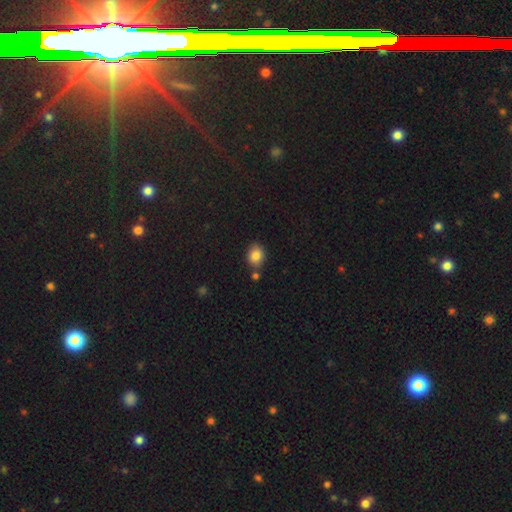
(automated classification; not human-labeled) smooth_or_featured: smooth (p=0.85) [alt: star or artifact p=0.09]
how_rounded: round (p=0.52) [alt: in between p=0.47]
merging: none (p=0.74) [alt: minor disturbance p=0.12]